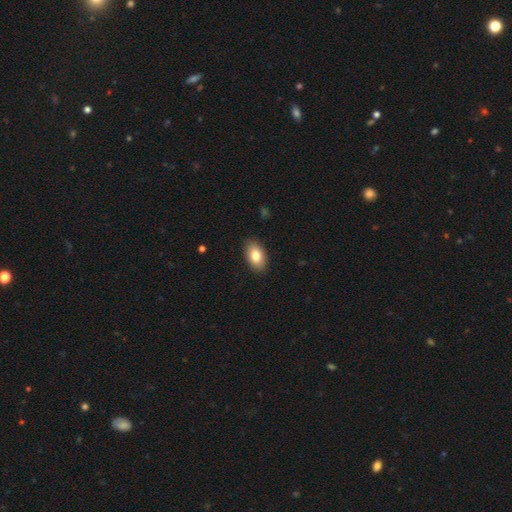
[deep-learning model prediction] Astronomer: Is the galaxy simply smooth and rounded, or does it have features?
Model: smooth — 83%.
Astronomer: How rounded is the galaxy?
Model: in between — 91%.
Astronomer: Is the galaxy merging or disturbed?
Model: none — 87%.